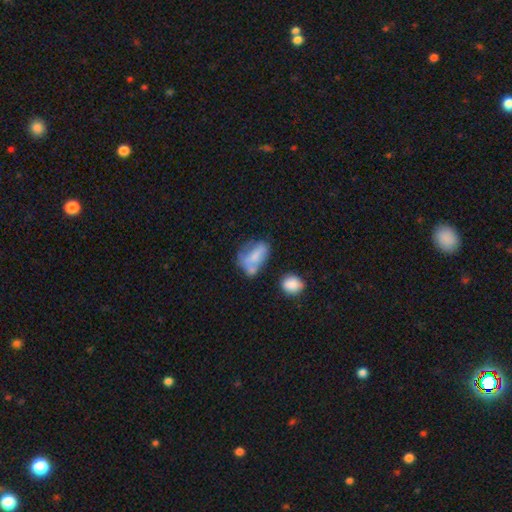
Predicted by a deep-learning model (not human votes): This is possibly a smooth galaxy (56%). How rounded: clearly in between (82%). Merging: marginally none (33%).